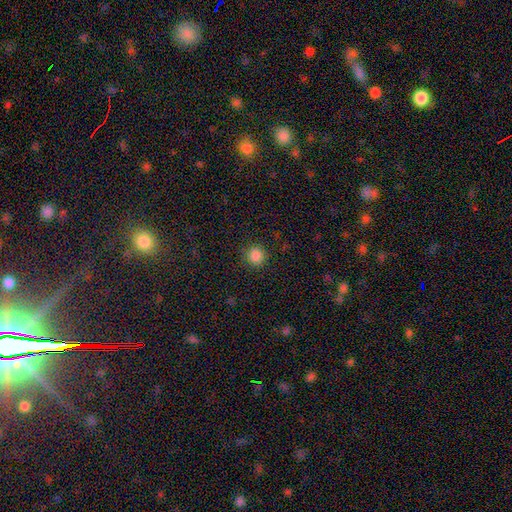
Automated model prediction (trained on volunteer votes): smooth_or_featured: smooth (p=0.86) [alt: star or artifact p=0.11]
how_rounded: round (p=0.92) [alt: in between p=0.07]
merging: none (p=0.90) [alt: minor disturbance p=0.06]